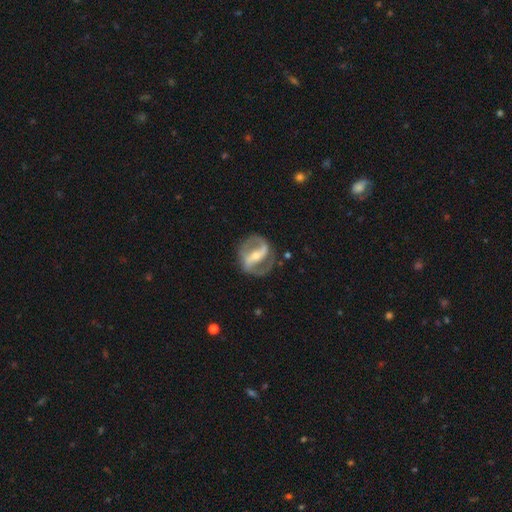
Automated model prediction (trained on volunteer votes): The model was most divided on "bulge size": moderate: 48%, small: 47%, large: 3%, none: 2%, dominant: 1%. Remaining: edge-on disk — no (95%); spiral arm count — 2 (88%); spiral arms — yes (88%); smooth or featured — featured or disk (87%); merging — none (78%); bar — strong (70%); spiral winding — medium (49%).